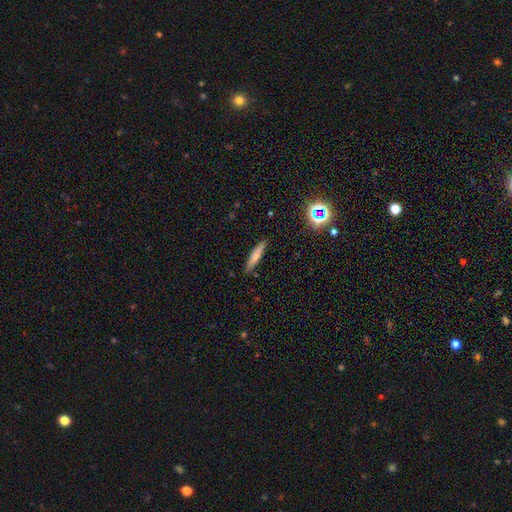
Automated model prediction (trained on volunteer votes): Q: Smooth or featured?
A: smooth (66%); runner-up: featured or disk (26%)
Q: How rounded?
A: cigar-shaped (89%); runner-up: in between (10%)
Q: Merging?
A: none (87%); runner-up: minor disturbance (9%)